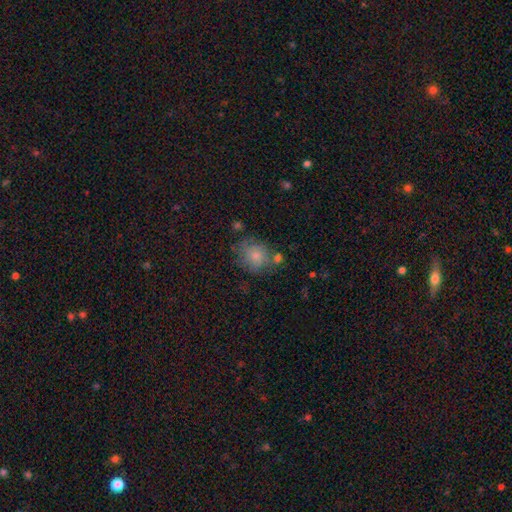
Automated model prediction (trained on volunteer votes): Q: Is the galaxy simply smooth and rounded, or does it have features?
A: smooth — 75%.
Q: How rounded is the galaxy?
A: round — 71%.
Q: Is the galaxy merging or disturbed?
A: none — 55%.